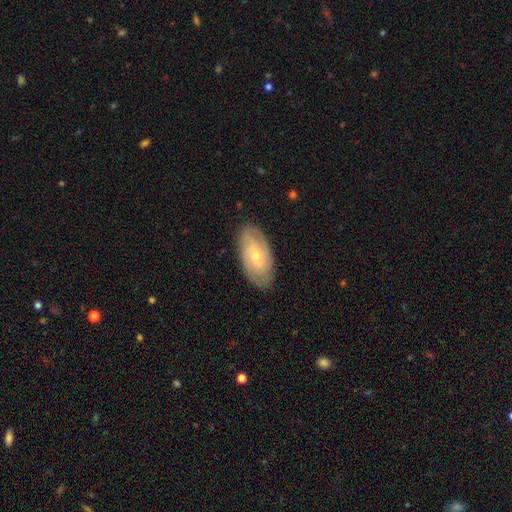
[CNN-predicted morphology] Overall: featured or disk (66%; smooth 27%). Edge-on disk: no (92%). Bar: no (74%). Spiral arms: yes (85%). Spiral arm count: can't tell (39%; 2 36%). Spiral winding: tight (63%; medium 28%). Bulge size: small (61%; moderate 36%). Merging: none (82%).